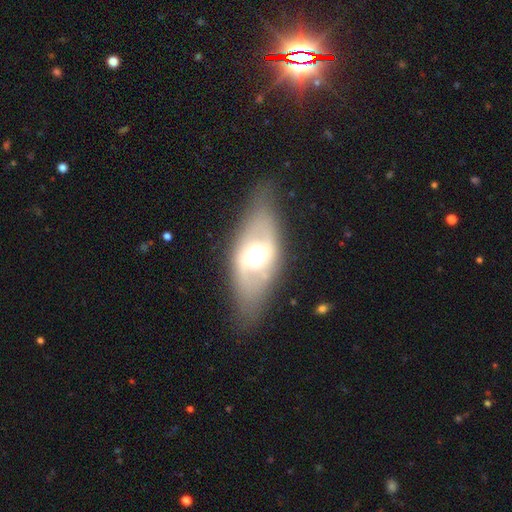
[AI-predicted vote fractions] Overall: featured or disk (55%; smooth 36%). Edge-on disk: no (80%). Merging: none (75%).